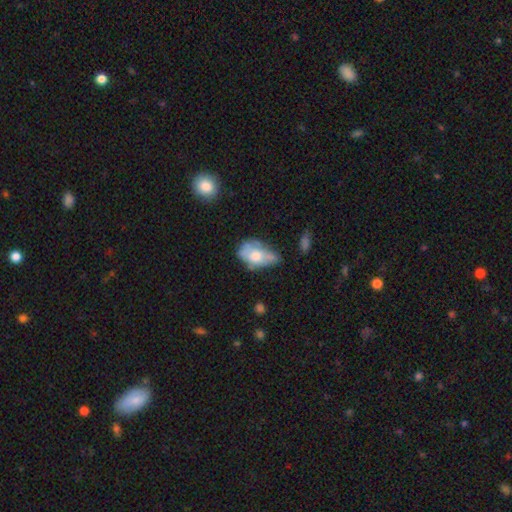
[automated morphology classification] smooth-or-featured: smooth: 53% | featured or disk: 39% | star or artifact: 8%
  how-rounded: in between: 86% | round: 11% | cigar-shaped: 3%
  merging: minor disturbance: 33% | none: 28% | major disturbance: 27% | merger: 12%